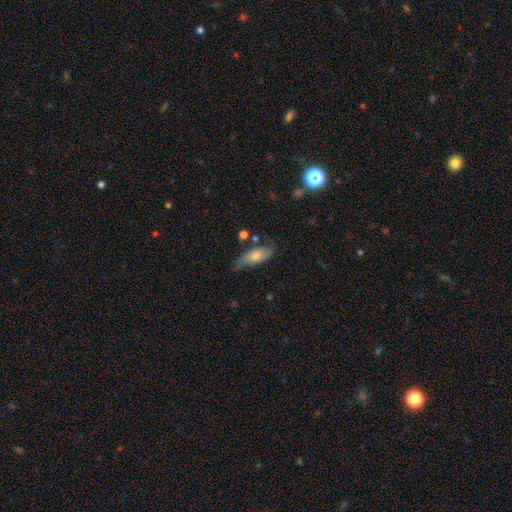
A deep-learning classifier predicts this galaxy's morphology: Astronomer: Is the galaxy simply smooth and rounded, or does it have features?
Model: smooth — 64%.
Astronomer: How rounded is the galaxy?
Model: in between — 75%.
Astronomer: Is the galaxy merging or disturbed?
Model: none — 57%.